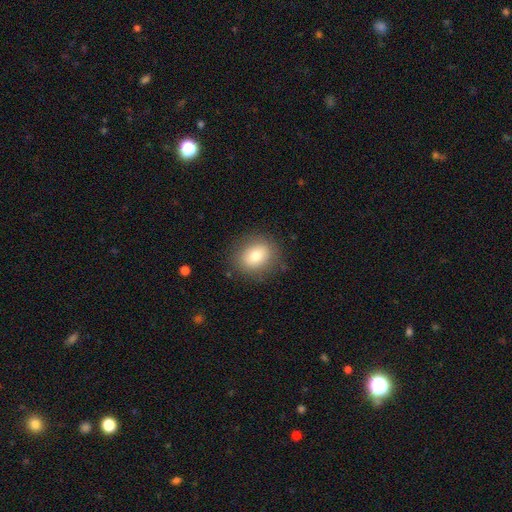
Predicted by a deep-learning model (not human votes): This appears to be a smooth galaxy with no disk features (76%) that is round (65%). Merging: none (85%).